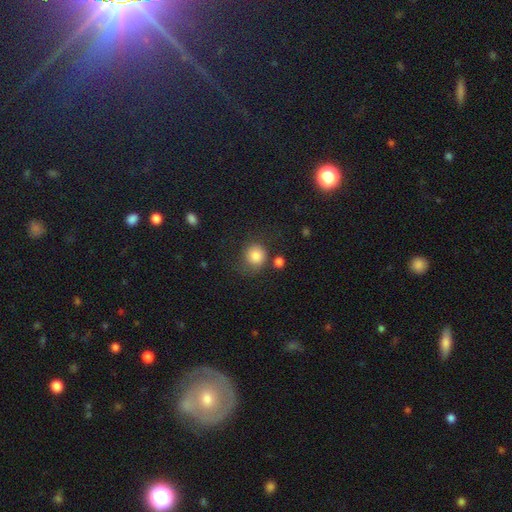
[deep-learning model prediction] Smooth or featured: smooth — 83% (star or artifact — 10%)
How rounded: round — 88% (in between — 11%)
Merging: none — 65% (minor disturbance — 17%)